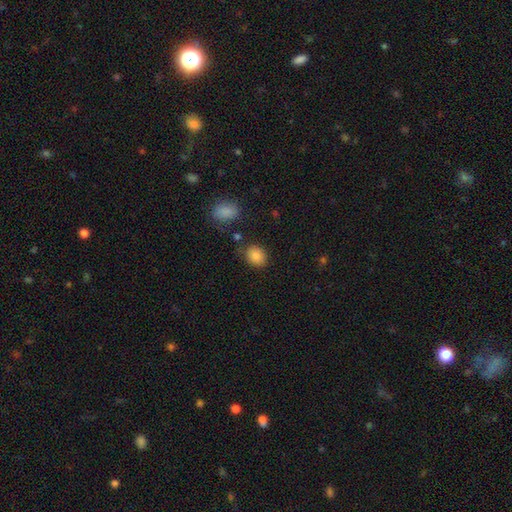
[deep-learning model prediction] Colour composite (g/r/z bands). It shows a smooth galaxy with no disk features (87%) that is round (53%). Merging: none (77%).